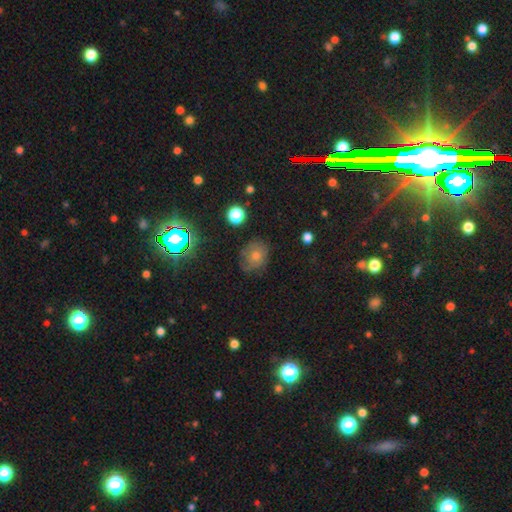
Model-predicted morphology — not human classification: smooth 51%, star or artifact 29%, featured or disk 20%. Down the decision tree: how rounded — round (62%); merging — none (71%).